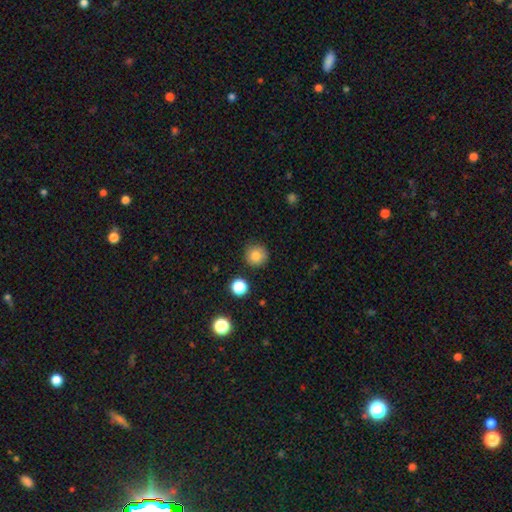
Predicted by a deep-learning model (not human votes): Smooth or featured: smooth — 82% (star or artifact — 11%)
How rounded: round — 94% (in between — 5%)
Merging: none — 89% (minor disturbance — 7%)